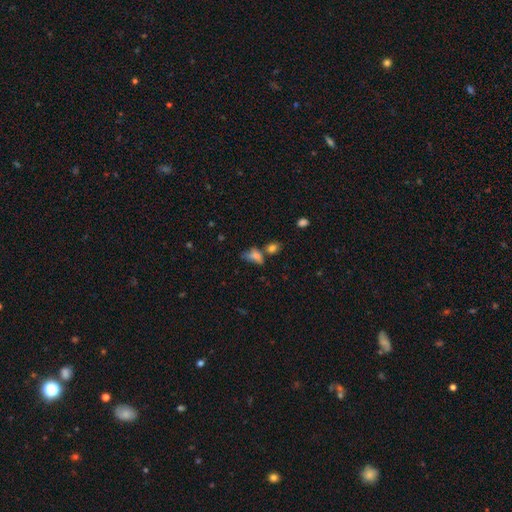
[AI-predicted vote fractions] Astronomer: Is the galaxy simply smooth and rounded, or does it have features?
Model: smooth — 73%.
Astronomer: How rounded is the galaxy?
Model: in between — 82%.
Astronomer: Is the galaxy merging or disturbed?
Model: none — 32% (runner-up: merger, 27%).